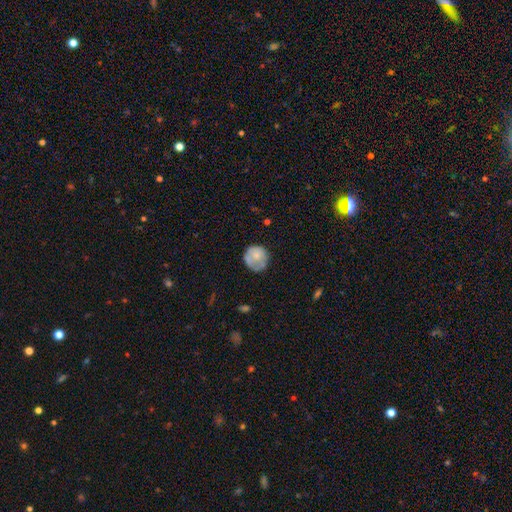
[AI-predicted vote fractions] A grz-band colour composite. It shows a smooth galaxy with no disk features (68%) that is round (85%). Merging: none (59%).